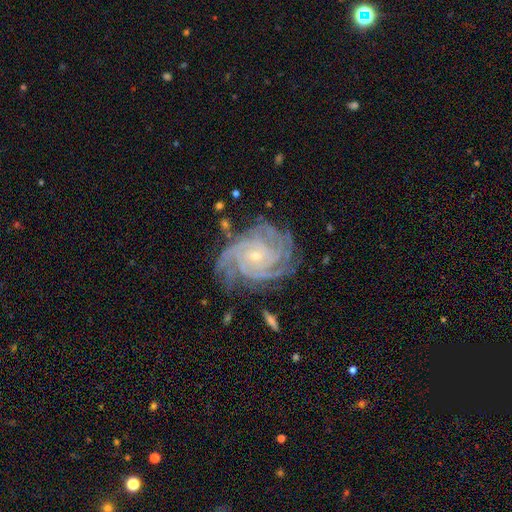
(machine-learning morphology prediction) A featured or disk galaxy (90%) with no bar (72%), 4 (37%) tight (77%) spiral arms (98%) and a small central bulge (81%).

Vote fractions:
- Smooth or featured? featured or disk: 90% / star or artifact: 6% / smooth: 4%
- Edge-on disk? no: 97% / yes: 3%
- Bar? no: 72% / weak: 21% / strong: 8%
- Spiral arms? yes: 98% / no: 2%
- Spiral winding? tight: 77% / medium: 21% / loose: 3%
- Spiral arm count? 4: 37% / more than 4: 21% / 3: 15% / can't tell: 14% / 2: 8% / 1: 6%
- Bulge size? small: 81% / moderate: 16% / none: 2% / large: 1% / dominant: 1%
- Merging? none: 74% / minor disturbance: 17% / major disturbance: 7% / merger: 2%